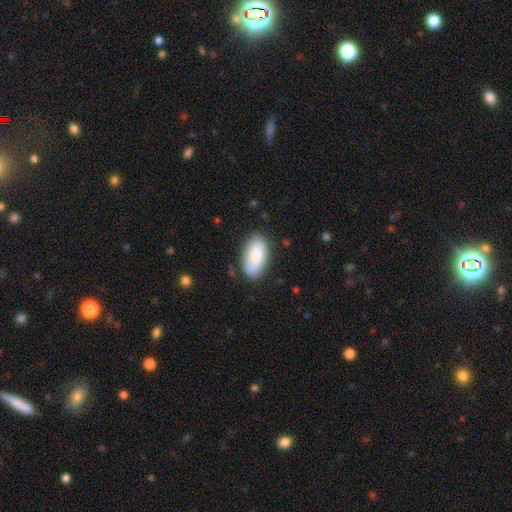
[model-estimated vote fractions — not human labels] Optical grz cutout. It shows a smooth galaxy with no disk features (81%) that is in between round and cigar-shaped (94%). Merging: none (79%).